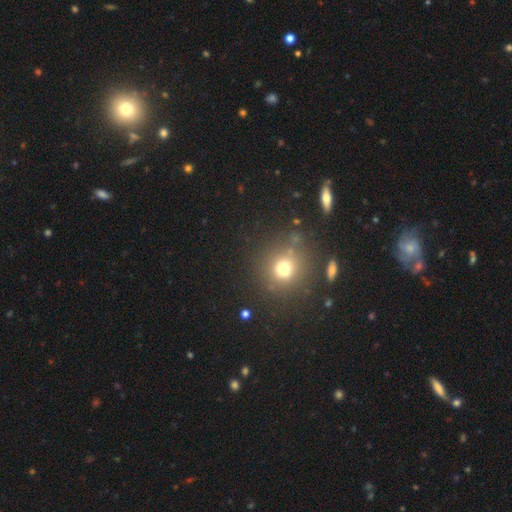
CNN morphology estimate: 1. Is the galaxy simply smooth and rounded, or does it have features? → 48% smooth, 43% star or artifact, 9% featured or disk.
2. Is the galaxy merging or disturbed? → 83% none, 9% minor disturbance, 4% merger, 4% major disturbance.